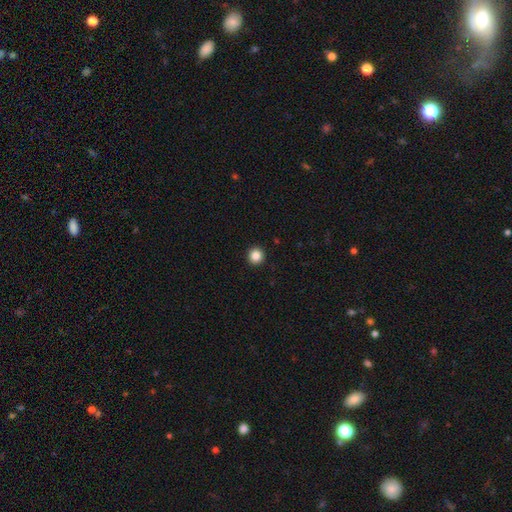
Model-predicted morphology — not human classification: Smooth or featured? smooth (86%)
How rounded? round (95%)
Merging? none (94%)